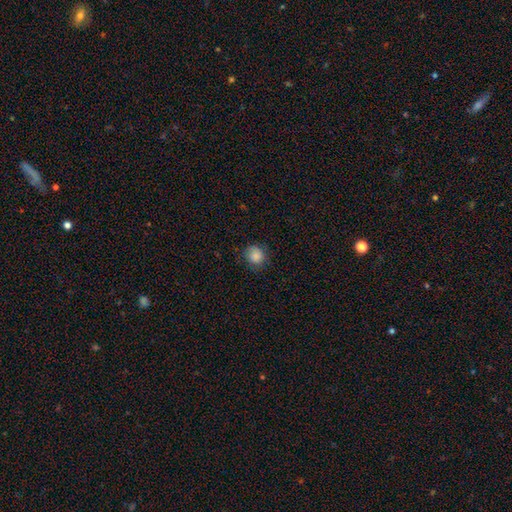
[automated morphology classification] The model was most divided on "merging": none: 81%, minor disturbance: 14%, major disturbance: 4%, merger: 1%. More confident: how rounded — round (88%); smooth or featured — smooth (86%).